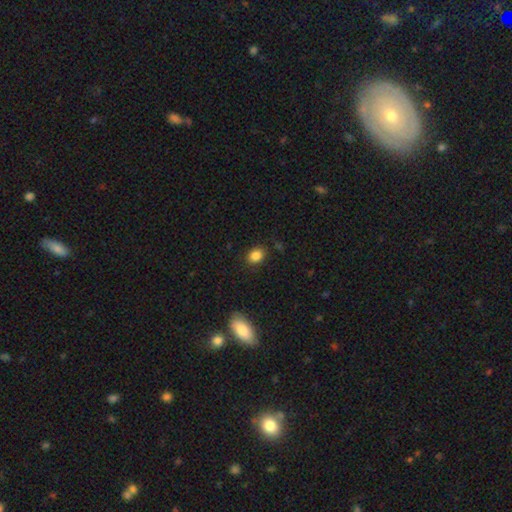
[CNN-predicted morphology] Smooth or featured? smooth (85%)
How rounded? in between (56%)
Merging? none (86%)